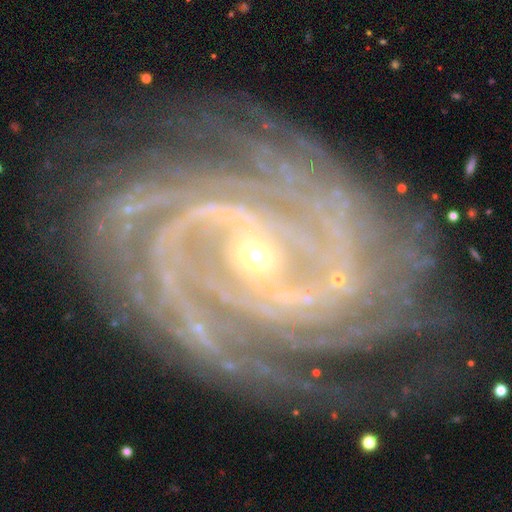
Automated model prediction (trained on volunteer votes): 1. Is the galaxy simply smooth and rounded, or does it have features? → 93% featured or disk, 5% star or artifact, 2% smooth.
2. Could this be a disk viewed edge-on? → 97% no, 3% yes.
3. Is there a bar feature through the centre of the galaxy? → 38% weak, 32% no, 30% strong.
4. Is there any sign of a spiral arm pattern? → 99% yes, 1% no.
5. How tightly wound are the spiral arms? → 59% tight, 35% medium, 6% loose.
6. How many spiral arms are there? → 30% 2, 20% 3, 16% 4, 13% can't tell, 12% more than 4, 9% 1.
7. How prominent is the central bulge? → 77% small, 20% moderate, 1% none, 1% large, 1% dominant.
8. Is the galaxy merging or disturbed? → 77% none, 15% minor disturbance, 7% major disturbance, 2% merger.